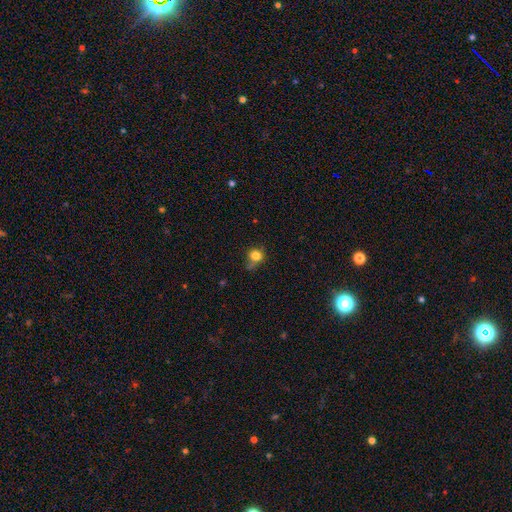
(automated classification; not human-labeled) Q: Smooth or featured?
A: smooth (78%); runner-up: star or artifact (13%)
Q: How rounded?
A: round (80%); runner-up: in between (19%)
Q: Merging?
A: none (51%); runner-up: minor disturbance (30%)